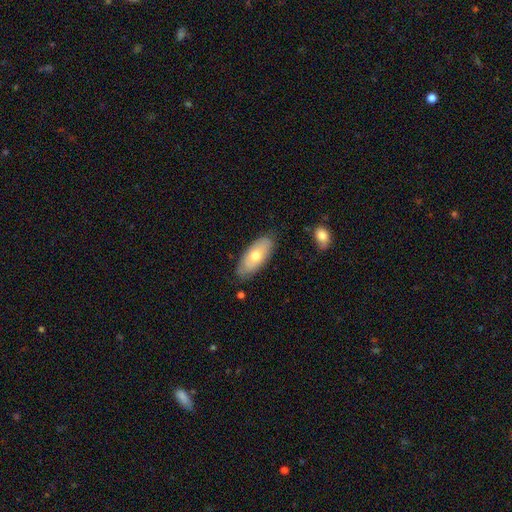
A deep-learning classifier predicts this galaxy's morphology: smooth_or_featured: smooth (p=0.63) [alt: featured or disk p=0.31]
how_rounded: in between (p=0.87) [alt: cigar-shaped p=0.11]
merging: none (p=0.80) [alt: minor disturbance p=0.16]